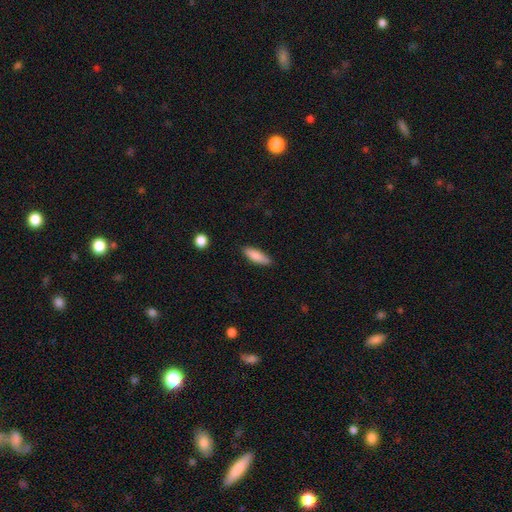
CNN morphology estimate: This is clearly a smooth galaxy (83%). How rounded: possibly cigar-shaped (49%, tied with in between). Merging: clearly none (83%).